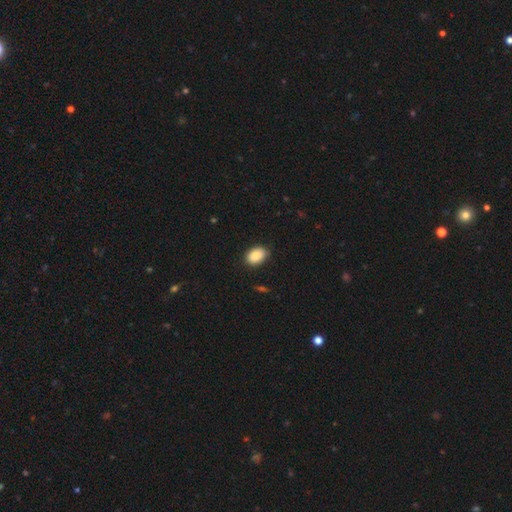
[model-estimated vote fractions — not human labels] Overall: smooth (88%). How rounded: in between (82%). Merging: none (83%).